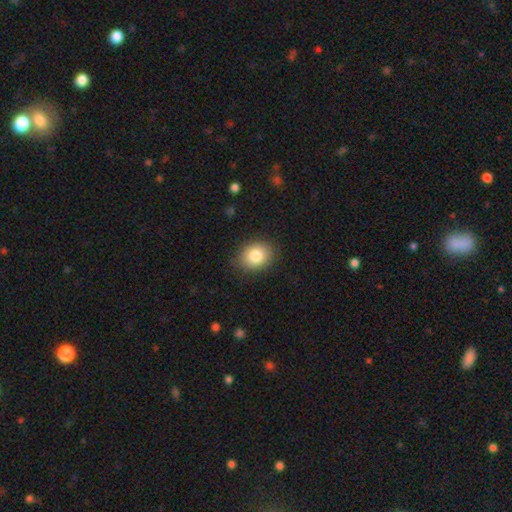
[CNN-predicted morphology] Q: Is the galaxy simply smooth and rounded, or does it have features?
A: smooth — 83%.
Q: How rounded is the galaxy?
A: round — 54%.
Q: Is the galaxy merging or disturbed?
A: none — 85%.